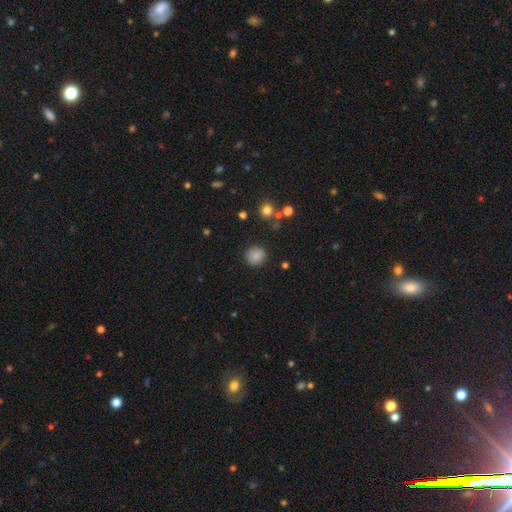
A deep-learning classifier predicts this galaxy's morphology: A smooth galaxy with no disk features (84%) that is round (91%).

Vote fractions:
- Smooth or featured? smooth: 84% / star or artifact: 11% / featured or disk: 5%
- How rounded? round: 91% / in between: 8% / cigar-shaped: 1%
- Merging? none: 86% / minor disturbance: 9% / major disturbance: 3% / merger: 2%